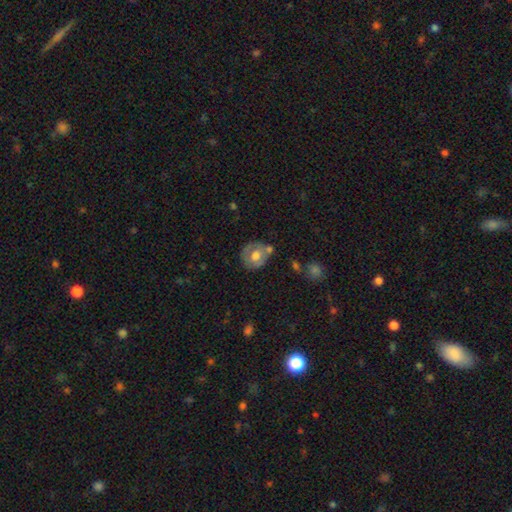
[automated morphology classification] Overall: smooth (55%; featured or disk 38%). How rounded: round (74%). Merging: none (62%).